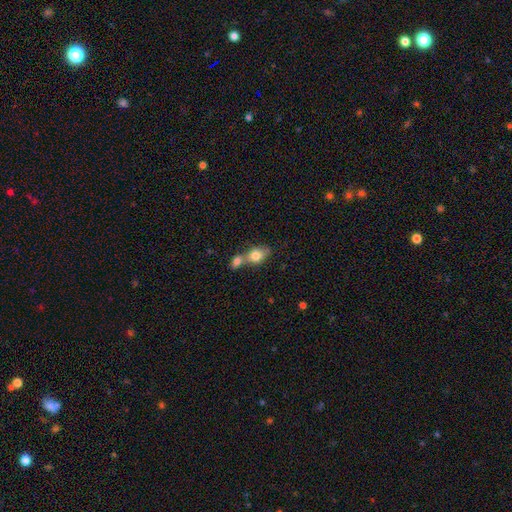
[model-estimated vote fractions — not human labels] A smooth galaxy with no disk features (76%) that is in between round and cigar-shaped (67%). Merging: merger (62%).